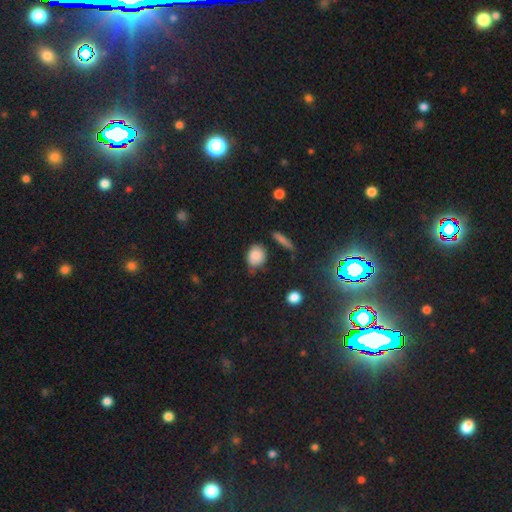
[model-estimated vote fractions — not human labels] Smooth or featured?
  - smooth: 84% *
  - star or artifact: 9%
  - featured or disk: 7%
How rounded?
  - round: 56% *
  - in between: 42%
  - cigar-shaped: 2%
Merging?
  - none: 64% *
  - minor disturbance: 26%
  - major disturbance: 5%
  - merger: 5%